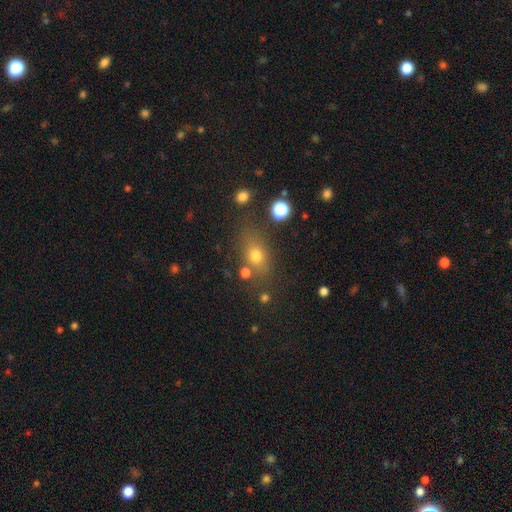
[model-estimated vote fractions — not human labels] Overall: smooth (71%). How rounded: in between (61%; round 34%). Merging: none (72%).